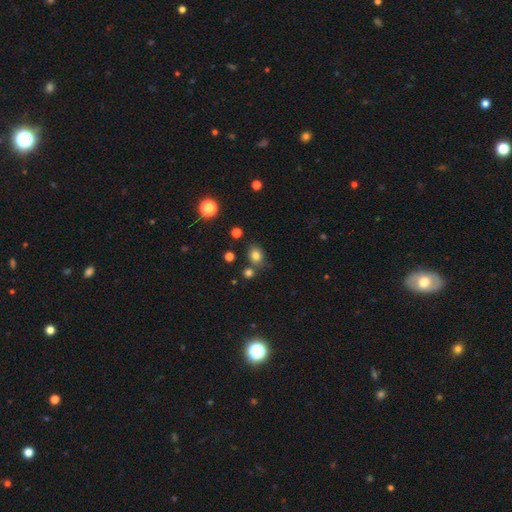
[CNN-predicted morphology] Smooth or featured?
  - smooth: 79% *
  - star or artifact: 14%
  - featured or disk: 7%
How rounded?
  - round: 58% *
  - in between: 41%
  - cigar-shaped: 1%
Merging?
  - none: 72% *
  - minor disturbance: 13%
  - merger: 11%
  - major disturbance: 4%